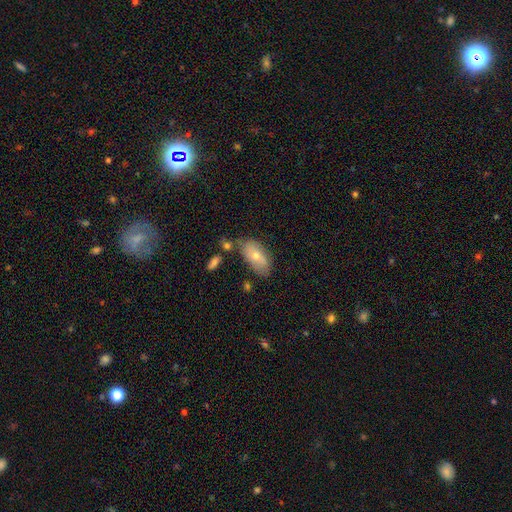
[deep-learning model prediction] Overall: smooth (64%; featured or disk 29%). How rounded: in between (92%). Merging: none (62%; minor disturbance 22%).